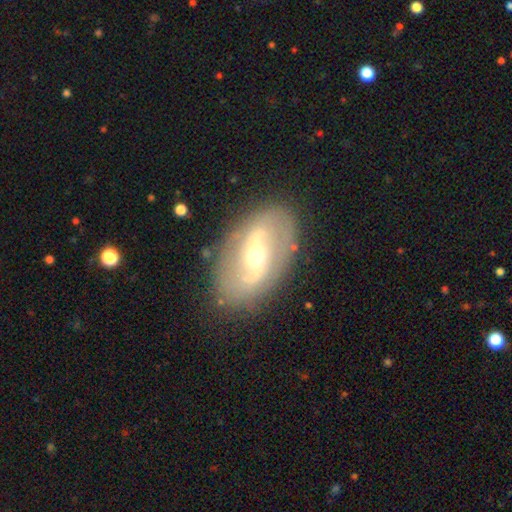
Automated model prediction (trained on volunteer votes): Smooth or featured? featured or disk (77%)
Edge-on disk? no (94%)
Bar? weak (41%)
Spiral arms? yes (74%)
Spiral winding? loose (43%)
Spiral arm count? 2 (85%)
Bulge size? moderate (60%)
Merging? none (82%)